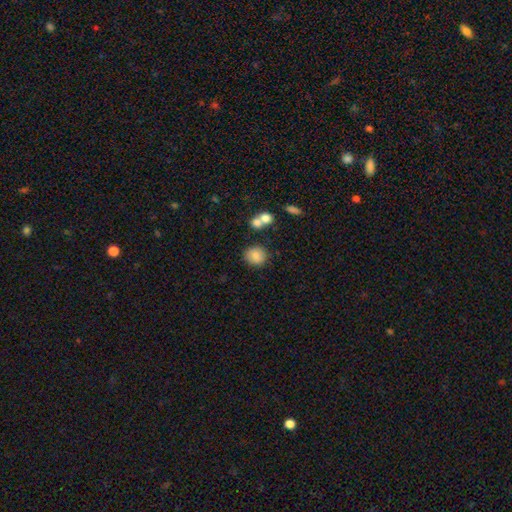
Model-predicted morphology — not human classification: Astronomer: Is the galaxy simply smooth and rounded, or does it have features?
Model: smooth — 84%.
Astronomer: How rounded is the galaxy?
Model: round — 77%.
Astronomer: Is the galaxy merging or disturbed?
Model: none — 75%.